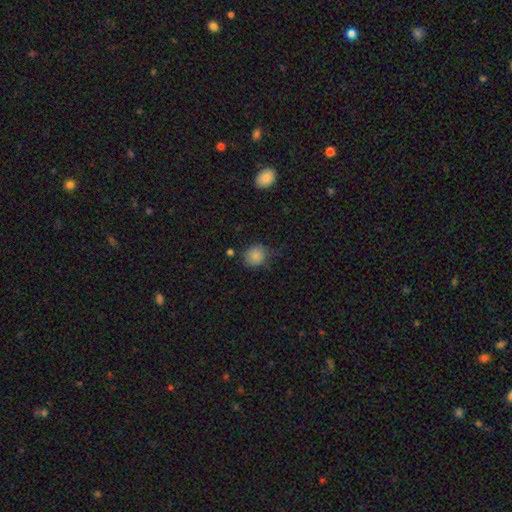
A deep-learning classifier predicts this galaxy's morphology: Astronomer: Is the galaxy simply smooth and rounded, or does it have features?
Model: smooth — 83%.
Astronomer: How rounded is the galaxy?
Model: round — 77%.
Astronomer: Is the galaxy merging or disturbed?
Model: none — 58%.